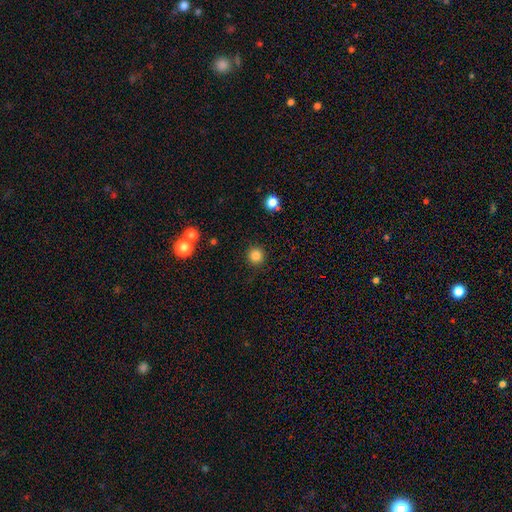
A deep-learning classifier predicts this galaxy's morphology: Q: Smooth or featured?
A: smooth (84%); runner-up: star or artifact (11%)
Q: How rounded?
A: round (95%); runner-up: in between (4%)
Q: Merging?
A: none (91%); runner-up: minor disturbance (5%)